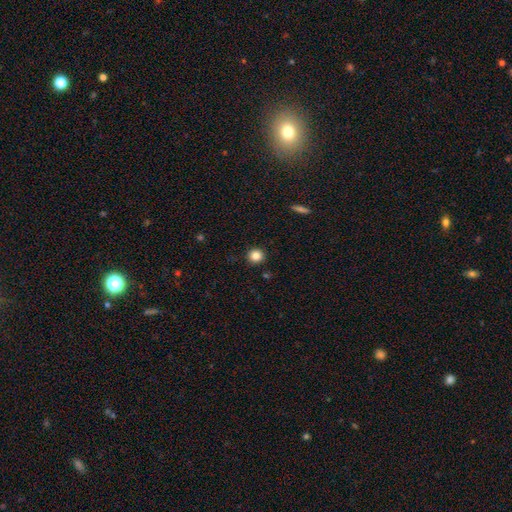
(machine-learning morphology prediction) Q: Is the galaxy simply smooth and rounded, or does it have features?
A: smooth — 84%.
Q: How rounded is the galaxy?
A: round — 93%.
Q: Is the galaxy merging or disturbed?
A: none — 91%.